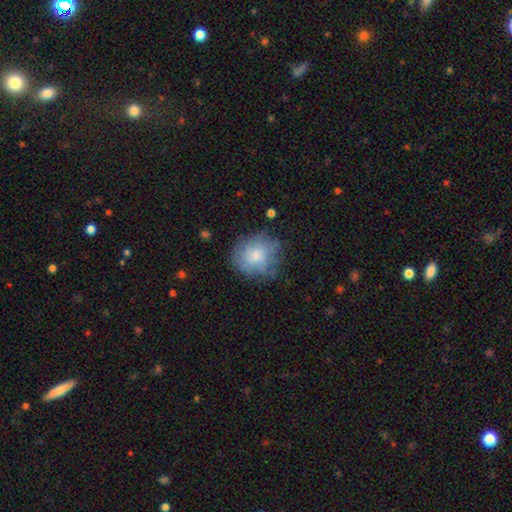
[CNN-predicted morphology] The model was most divided on "smooth or featured": smooth: 54%, featured or disk: 37%, star or artifact: 9%. More confident: how rounded — round (78%); merging — none (67%).